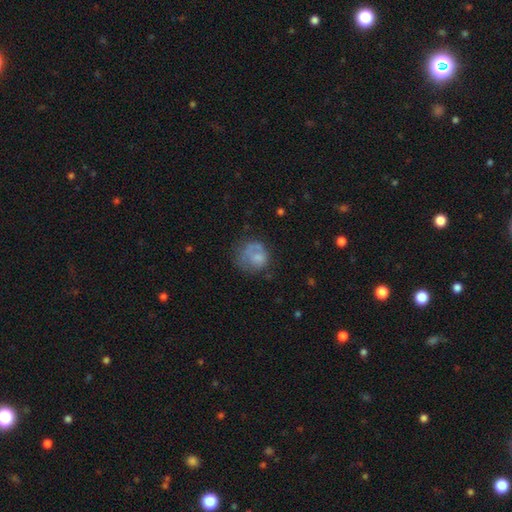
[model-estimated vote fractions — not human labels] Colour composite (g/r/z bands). It shows a smooth galaxy with no disk features (62%) that is round (74%). Merging: none (40%).